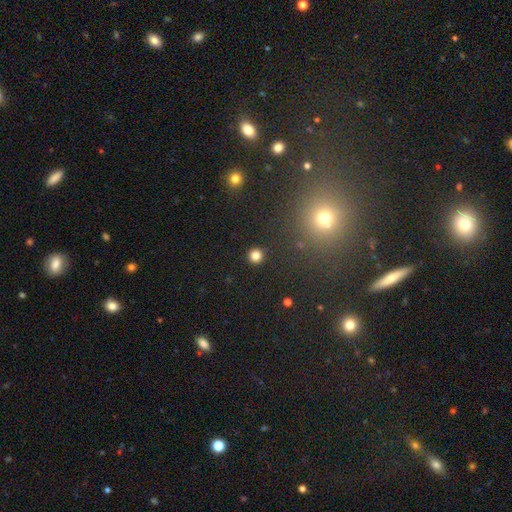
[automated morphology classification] A smooth galaxy with no disk features (82%) that is round (94%).

Vote fractions:
- Smooth or featured? smooth: 82% / star or artifact: 14% / featured or disk: 4%
- How rounded? round: 94% / in between: 5% / cigar-shaped: 1%
- Merging? none: 92% / minor disturbance: 5% / major disturbance: 2% / merger: 1%